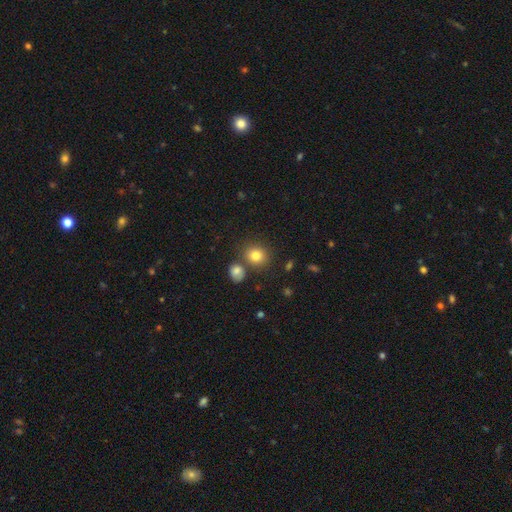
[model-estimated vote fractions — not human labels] smooth 81%, star or artifact 12%, featured or disk 8%. Down the decision tree: how rounded — round (77%); merging — none (72%).